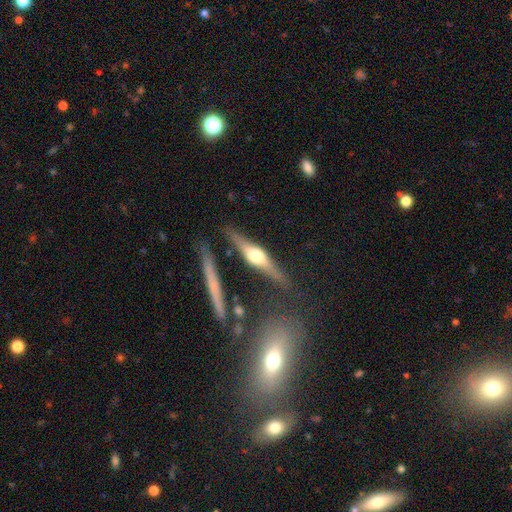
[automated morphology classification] This appears to be a featured or disk galaxy (72%) viewed edge-on (96%) with a rounded central bulge (92%). Merging: none (83%).